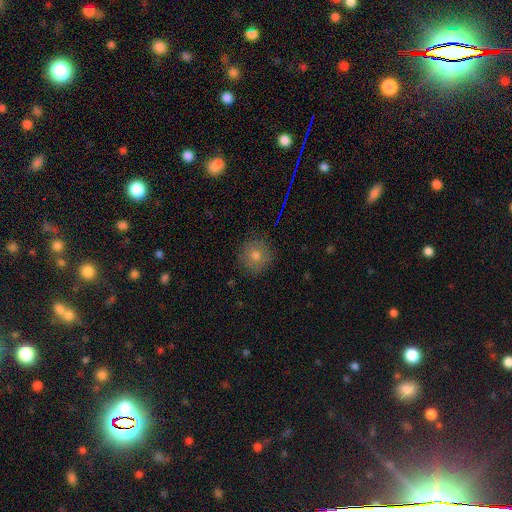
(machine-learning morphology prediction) Q: Smooth or featured?
A: smooth (70%); runner-up: star or artifact (15%)
Q: How rounded?
A: round (94%); runner-up: in between (5%)
Q: Merging?
A: none (87%); runner-up: minor disturbance (9%)